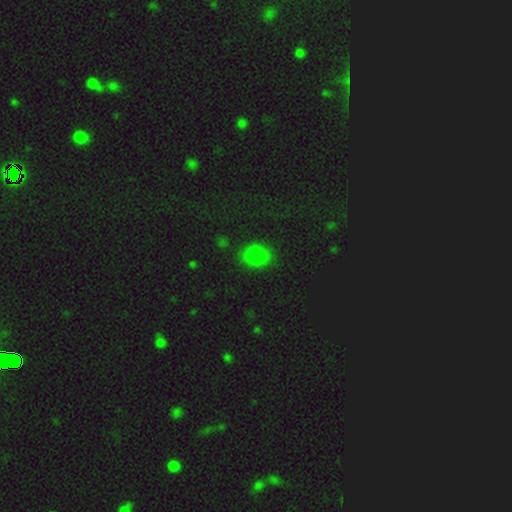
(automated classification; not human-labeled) smooth 80%, star or artifact 15%, featured or disk 5%. Down the decision tree: how rounded — in between (53%); merging — none (82%).